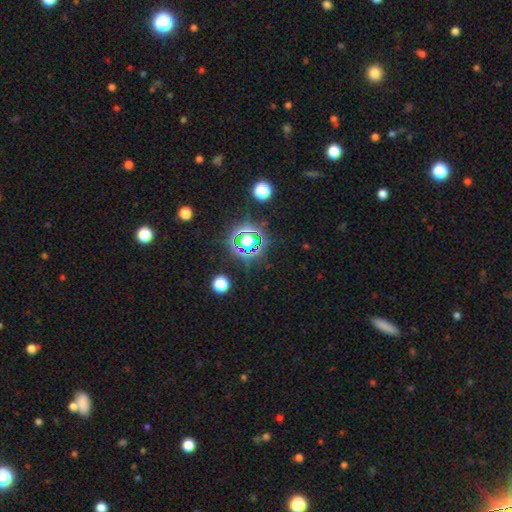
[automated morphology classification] A star or artifact, not a galaxy (78%).